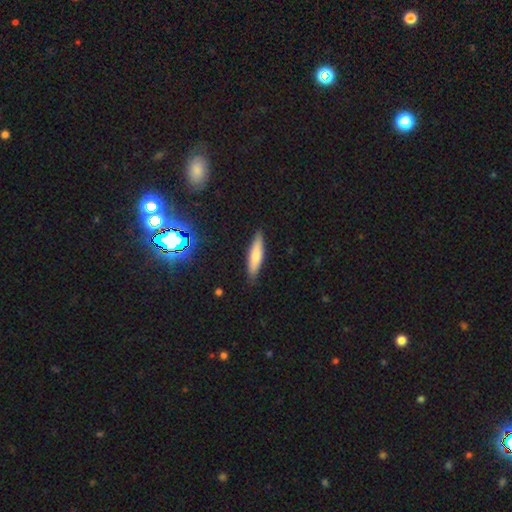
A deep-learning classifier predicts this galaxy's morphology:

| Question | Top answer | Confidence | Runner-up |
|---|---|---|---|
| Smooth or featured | smooth | 73% | featured or disk (20%) |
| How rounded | cigar-shaped | 74% | in between (24%) |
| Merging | none | 86% | minor disturbance (10%) |